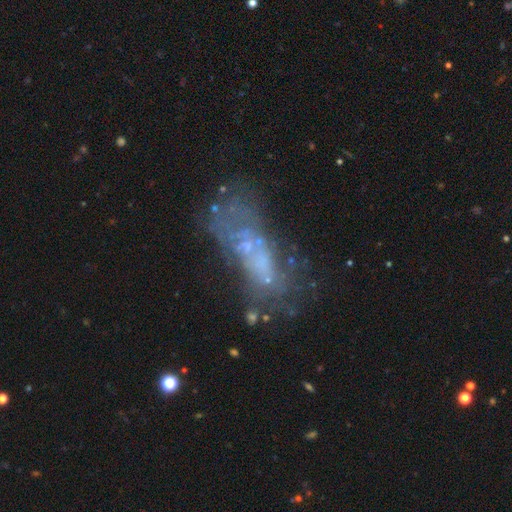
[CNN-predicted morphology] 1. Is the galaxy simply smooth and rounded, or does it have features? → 53% featured or disk, 27% smooth, 20% star or artifact.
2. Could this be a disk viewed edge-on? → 91% no, 9% yes.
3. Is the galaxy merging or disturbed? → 33% none, 26% major disturbance, 25% merger, 16% minor disturbance.